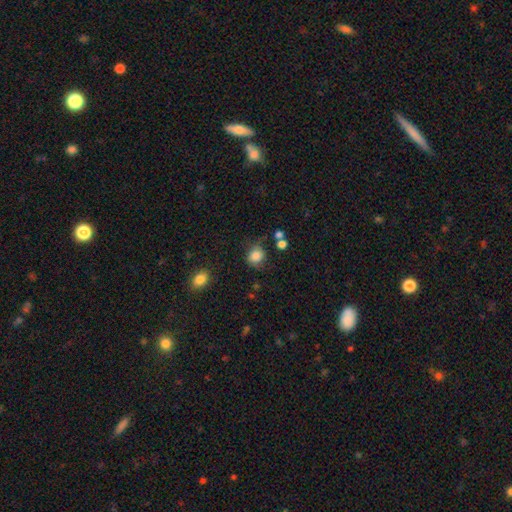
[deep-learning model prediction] smooth 83%, star or artifact 10%, featured or disk 7%. Down the decision tree: how rounded — round (71%); merging — none (64%).